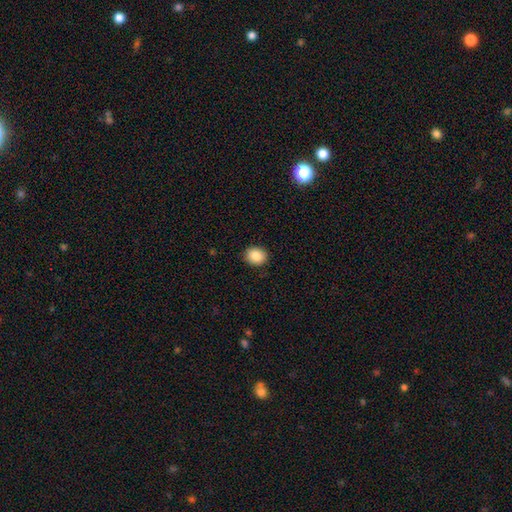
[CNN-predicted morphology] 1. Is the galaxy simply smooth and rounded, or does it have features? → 88% smooth, 8% star or artifact, 4% featured or disk.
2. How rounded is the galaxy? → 59% round, 40% in between, 1% cigar-shaped.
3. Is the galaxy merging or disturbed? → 90% none, 7% minor disturbance, 2% major disturbance, 1% merger.